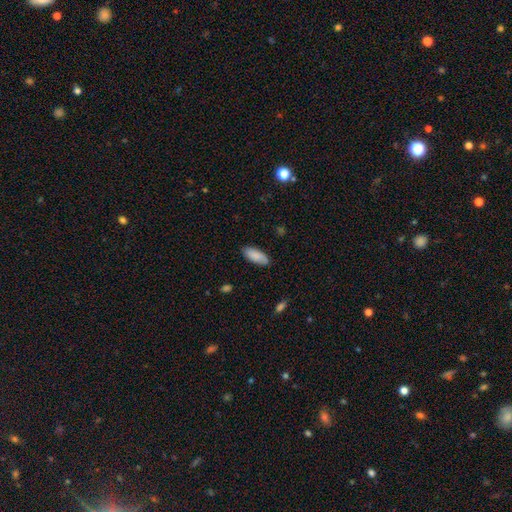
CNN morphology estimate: A smooth galaxy with no disk features (87%) that is in between round and cigar-shaped (82%).

Vote fractions:
- Smooth or featured? smooth: 87% / featured or disk: 7% / star or artifact: 6%
- How rounded? in between: 82% / cigar-shaped: 16% / round: 2%
- Merging? none: 85% / minor disturbance: 12% / major disturbance: 2% / merger: 1%